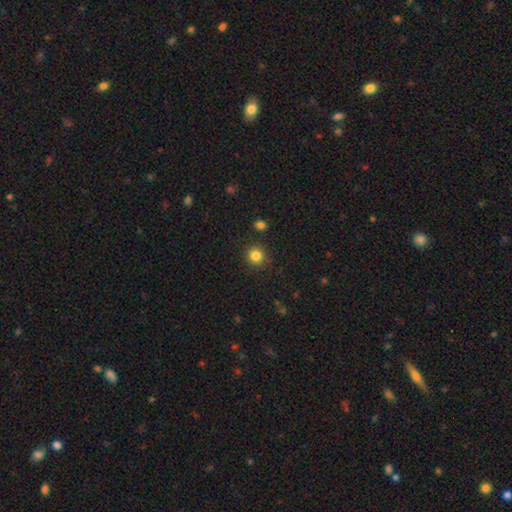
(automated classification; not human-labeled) Smooth or featured: smooth — 84% (star or artifact — 12%)
How rounded: round — 91% (in between — 8%)
Merging: none — 88% (minor disturbance — 7%)